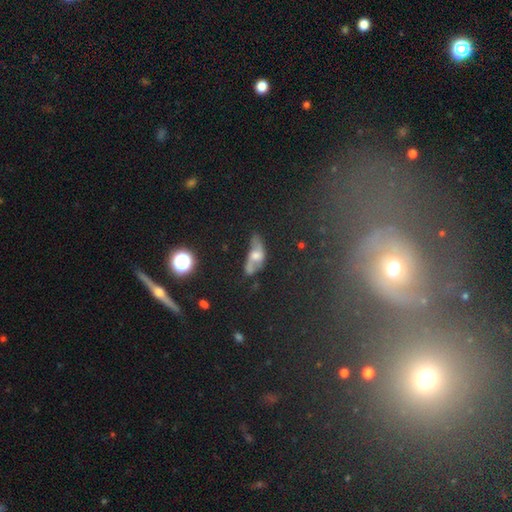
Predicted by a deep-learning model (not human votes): Smooth or featured? featured or disk (45%)
Merging? none (42%)